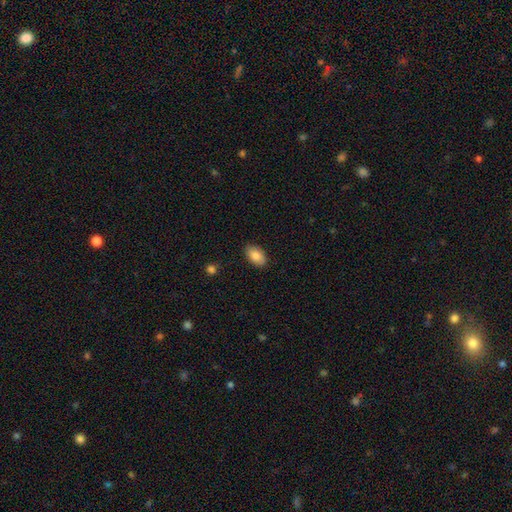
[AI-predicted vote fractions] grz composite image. It shows a smooth galaxy with no disk features (84%) that is in between round and cigar-shaped (93%). Merging: none (87%).